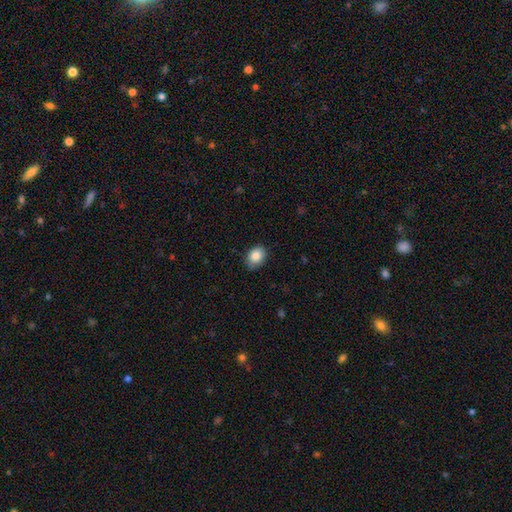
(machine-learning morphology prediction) Smooth or featured? smooth (86%)
How rounded? in between (68%)
Merging? none (80%)